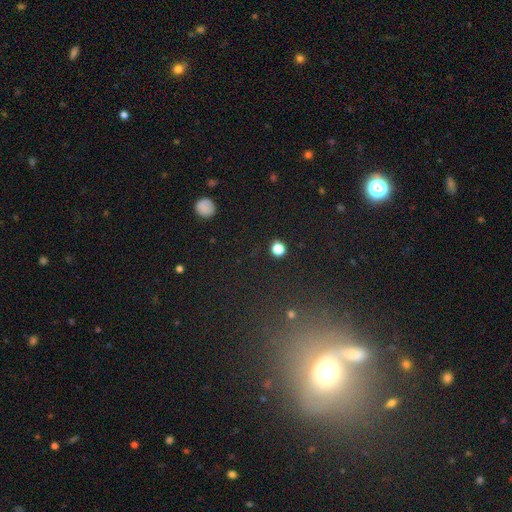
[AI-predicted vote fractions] A star or artifact, not a galaxy (47%).

Vote fractions:
- Smooth or featured? star or artifact: 47% / smooth: 38% / featured or disk: 15%